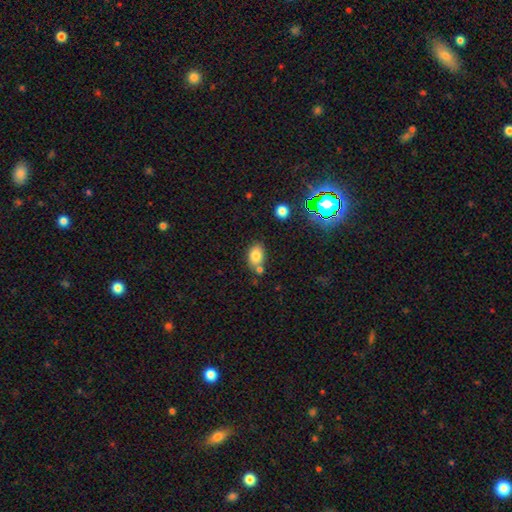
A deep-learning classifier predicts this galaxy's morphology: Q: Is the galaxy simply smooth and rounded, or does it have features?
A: smooth — 81%.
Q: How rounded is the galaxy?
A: in between — 78%.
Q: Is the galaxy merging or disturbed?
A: none — 61%.